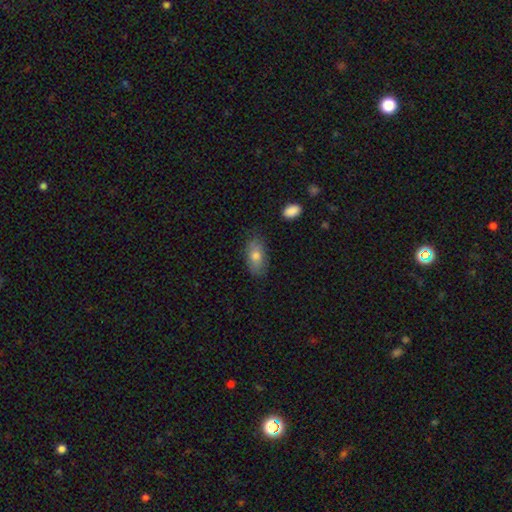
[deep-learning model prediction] Overall: smooth (75%). How rounded: in between (89%). Merging: none (79%).